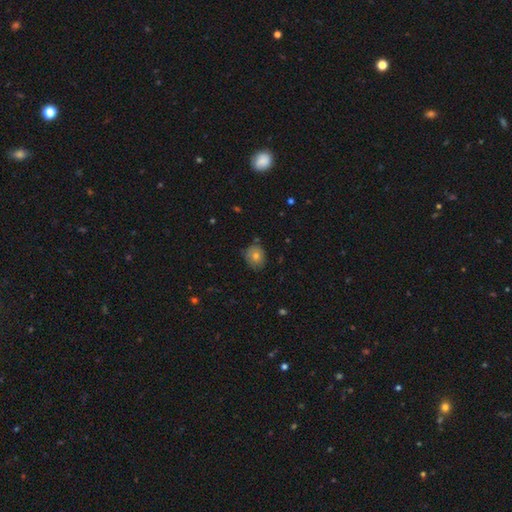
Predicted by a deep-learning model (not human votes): Smooth or featured?
  - smooth: 70% *
  - featured or disk: 18%
  - star or artifact: 13%
How rounded?
  - round: 71% *
  - in between: 28%
  - cigar-shaped: 1%
Merging?
  - none: 79% *
  - minor disturbance: 16%
  - major disturbance: 3%
  - merger: 2%